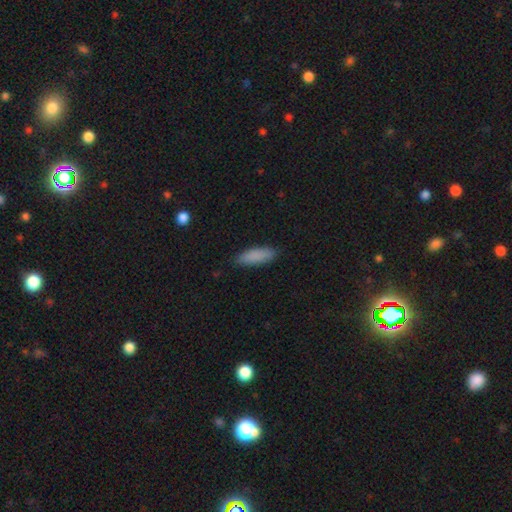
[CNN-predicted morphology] A smooth galaxy with no disk features (88%) that is in between round and cigar-shaped (53%). Merging: none (86%).